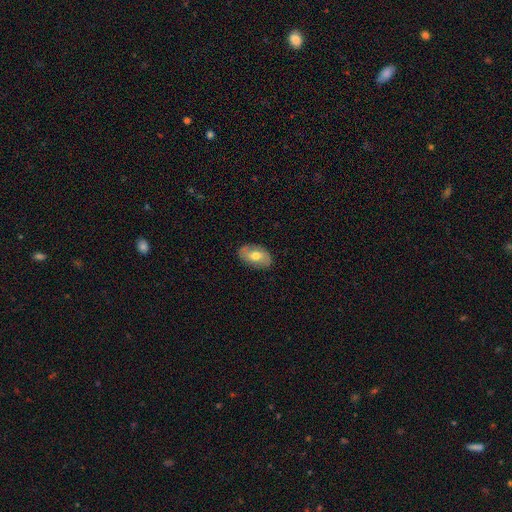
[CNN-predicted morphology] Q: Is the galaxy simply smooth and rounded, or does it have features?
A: smooth — 59%.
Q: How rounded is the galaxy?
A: in between — 90%.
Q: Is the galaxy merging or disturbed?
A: none — 83%.